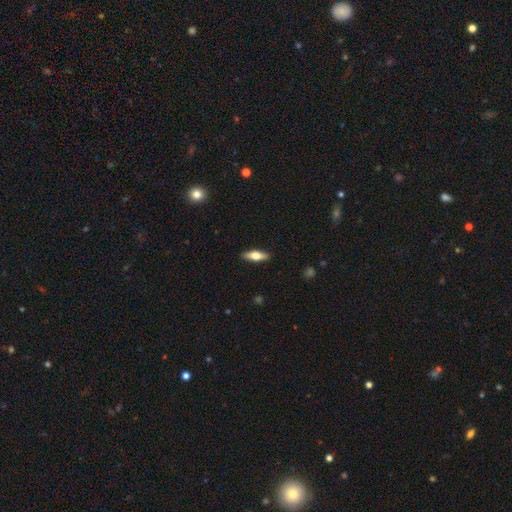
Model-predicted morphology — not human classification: Smooth or featured? Predicted: smooth (p=0.53). How rounded? Predicted: in between (p=0.52). Merging? Predicted: none (p=0.89).